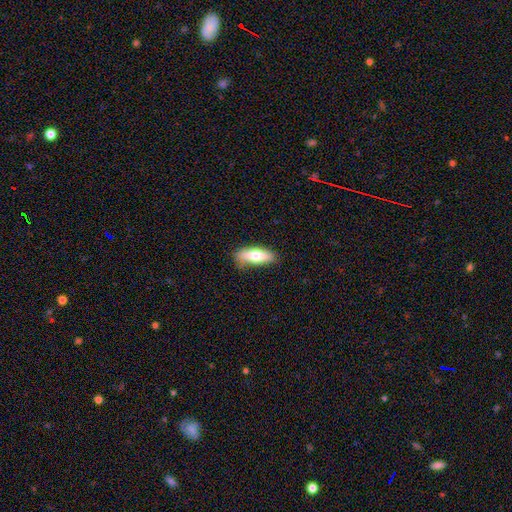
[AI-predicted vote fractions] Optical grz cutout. It shows a smooth galaxy with no disk features (67%) that is in between round and cigar-shaped (54%). Merging: none (82%).